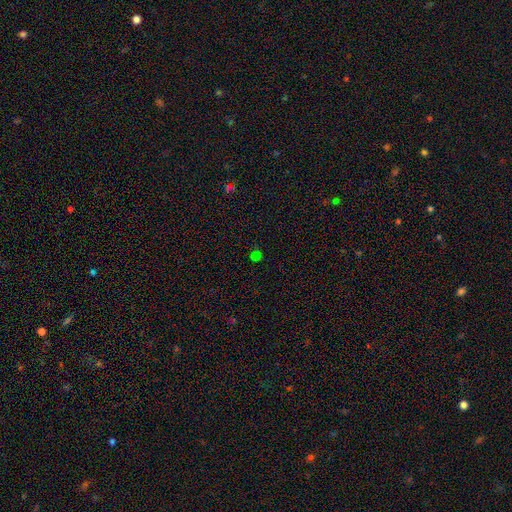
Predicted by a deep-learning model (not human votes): Q: Smooth or featured?
A: star or artifact (59%); runner-up: smooth (30%)